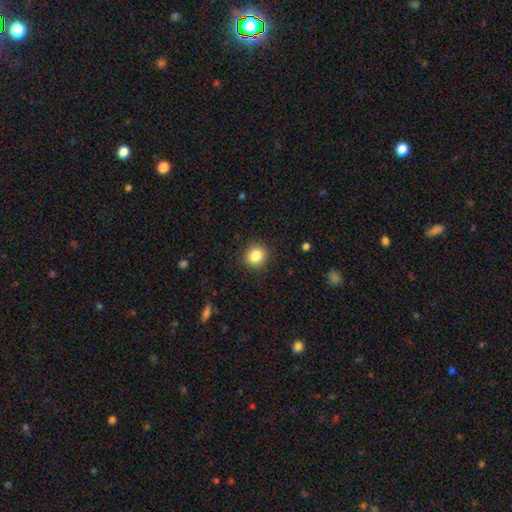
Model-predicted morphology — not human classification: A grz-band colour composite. It shows a smooth galaxy with no disk features (84%) that is round (91%). Merging: none (91%).